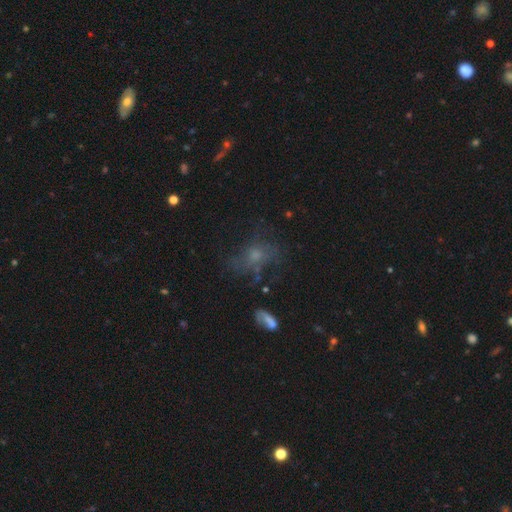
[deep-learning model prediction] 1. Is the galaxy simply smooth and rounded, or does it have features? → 39% smooth, 38% featured or disk, 23% star or artifact.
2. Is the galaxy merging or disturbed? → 52% none, 23% major disturbance, 20% minor disturbance, 4% merger.